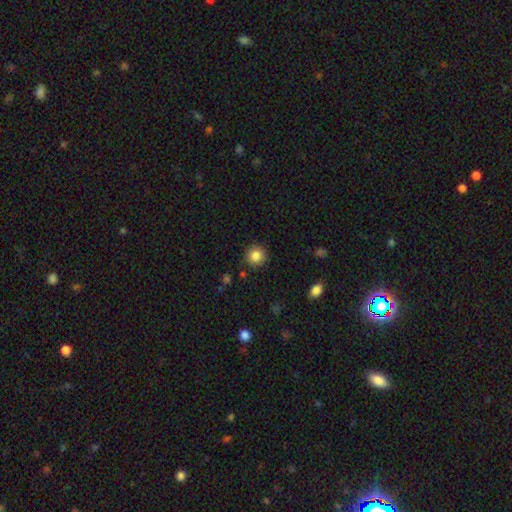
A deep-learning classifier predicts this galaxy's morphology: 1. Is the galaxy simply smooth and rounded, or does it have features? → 85% smooth, 10% star or artifact, 6% featured or disk.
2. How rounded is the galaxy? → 93% round, 6% in between, 1% cigar-shaped.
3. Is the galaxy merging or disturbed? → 90% none, 6% minor disturbance, 2% major disturbance, 1% merger.